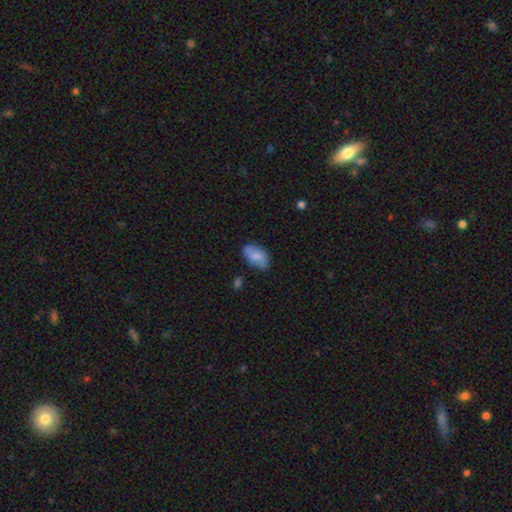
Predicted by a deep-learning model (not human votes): Smooth or featured?
  - smooth: 77% *
  - featured or disk: 16%
  - star or artifact: 7%
How rounded?
  - in between: 92% *
  - round: 6%
  - cigar-shaped: 2%
Merging?
  - none: 74% *
  - minor disturbance: 20%
  - major disturbance: 4%
  - merger: 2%